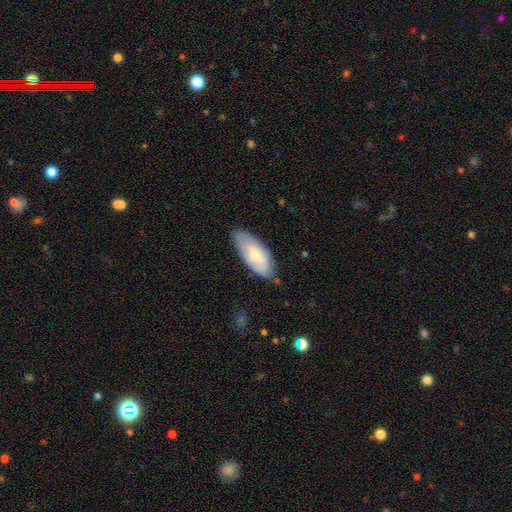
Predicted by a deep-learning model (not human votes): Overall: smooth (66%; featured or disk 28%). How rounded: in between (86%). Merging: none (71%).